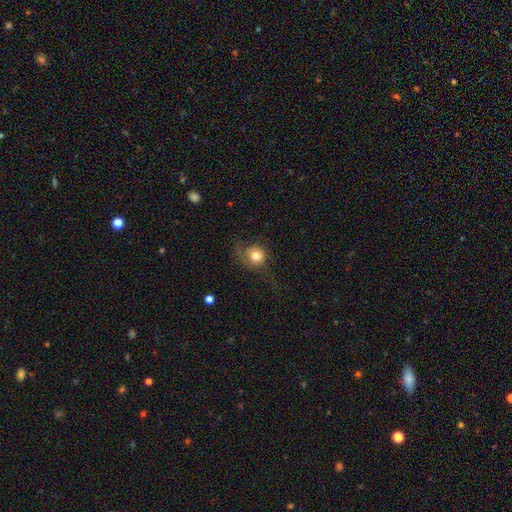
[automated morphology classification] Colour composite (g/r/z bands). It shows a smooth galaxy with no disk features (67%) that is round (85%). Merging: none (49%).